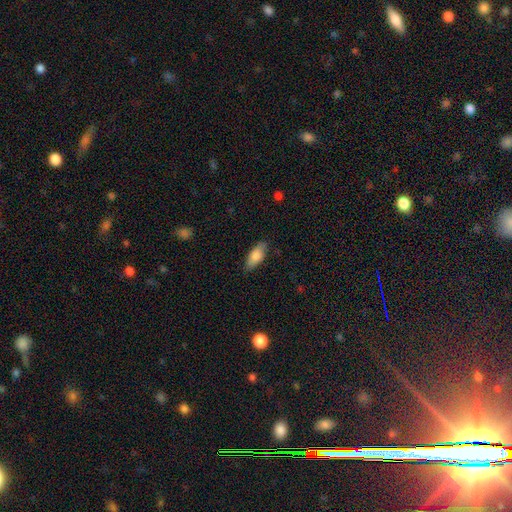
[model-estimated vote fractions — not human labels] smooth_or_featured: smooth (p=0.82) [alt: featured or disk p=0.12]
how_rounded: in between (p=0.77) [alt: cigar-shaped p=0.21]
merging: none (p=0.82) [alt: minor disturbance p=0.14]